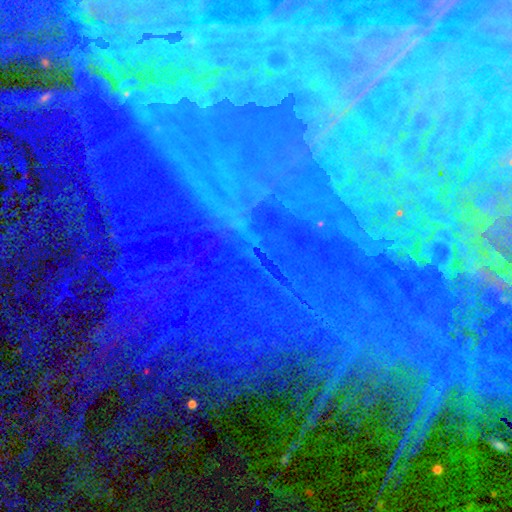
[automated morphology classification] Q: Smooth or featured?
A: star or artifact (81%); runner-up: featured or disk (11%)